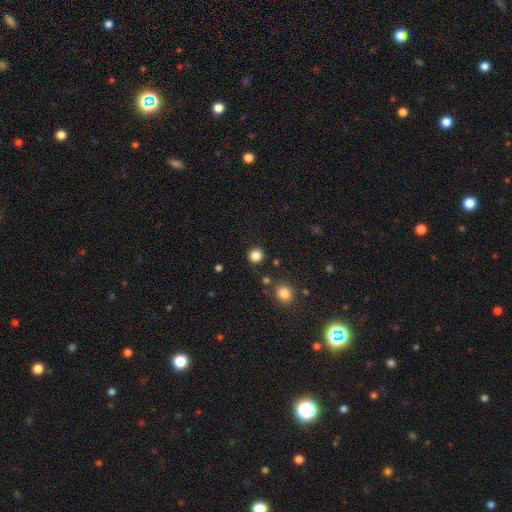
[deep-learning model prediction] Smooth or featured?
  - smooth: 84% *
  - star or artifact: 12%
  - featured or disk: 3%
How rounded?
  - round: 93% *
  - in between: 7%
  - cigar-shaped: 1%
Merging?
  - none: 89% *
  - minor disturbance: 6%
  - merger: 3%
  - major disturbance: 2%